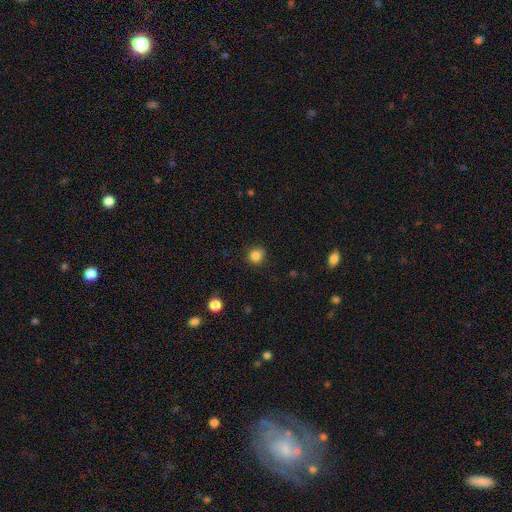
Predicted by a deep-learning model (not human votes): Smooth or featured? Predicted: smooth (p=0.84). How rounded? Predicted: round (p=0.87). Merging? Predicted: none (p=0.86).